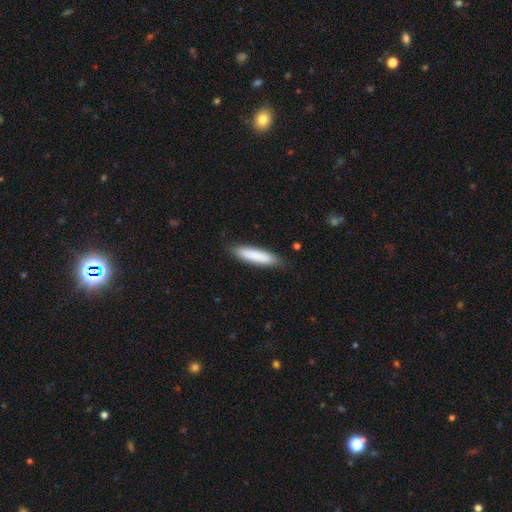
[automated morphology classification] Smooth or featured? smooth (85%)
How rounded? cigar-shaped (80%)
Merging? none (85%)